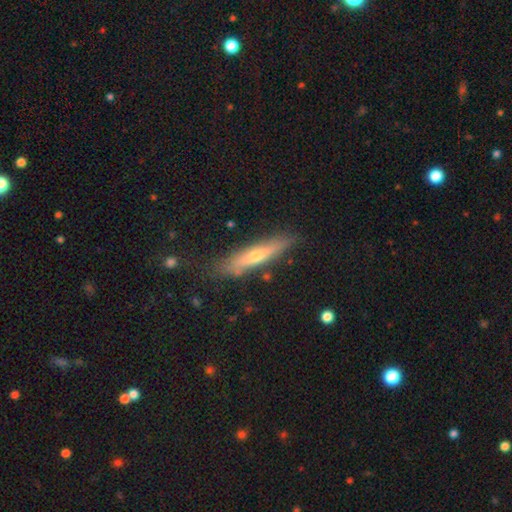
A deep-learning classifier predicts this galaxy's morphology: The model was most divided on "smooth or featured": featured or disk: 52%, smooth: 41%, star or artifact: 7%. More confident: edge-on disk — yes (88%); merging — none (80%).